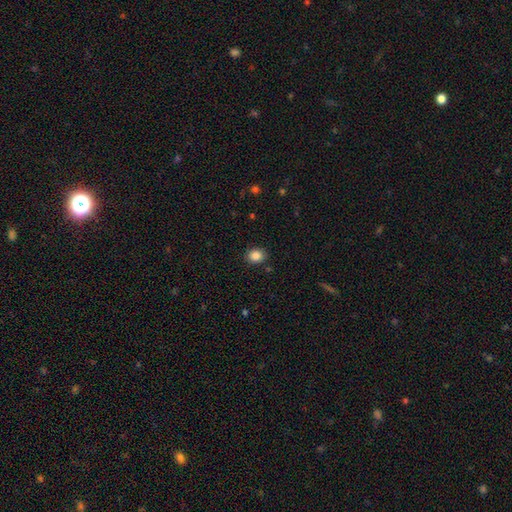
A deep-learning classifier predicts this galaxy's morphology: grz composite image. It shows a smooth galaxy with no disk features (87%) that is round (57%). Merging: none (88%).